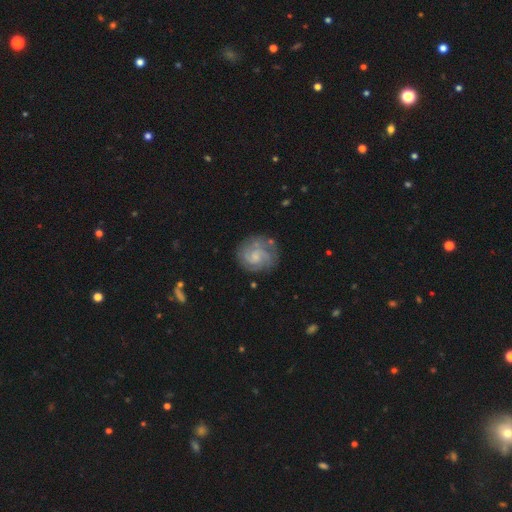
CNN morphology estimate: smooth_or_featured: featured or disk (p=0.81) [alt: smooth p=0.14]
disk_edge_on: no (p=0.98) [alt: yes p=0.02]
bar: no (p=0.57) [alt: weak p=0.38]
has_spiral_arms: yes (p=0.95) [alt: no p=0.05]
spiral_winding: tight (p=0.56) [alt: medium p=0.36]
spiral_arm_count: 2 (p=0.51) [alt: 3 p=0.22]
bulge_size: small (p=0.43) [alt: moderate p=0.26]
merging: none (p=0.75) [alt: minor disturbance p=0.15]